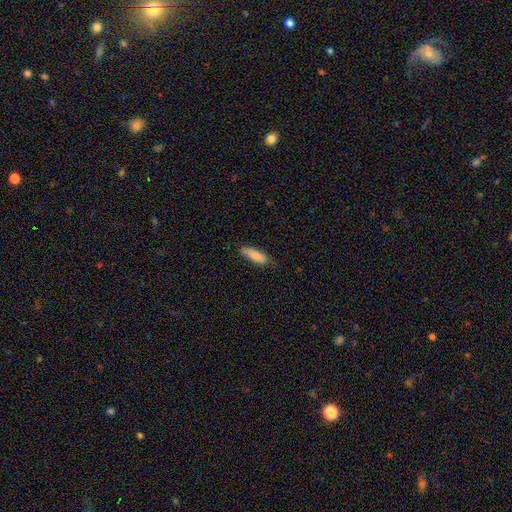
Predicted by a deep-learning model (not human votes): Q: Smooth or featured?
A: smooth (86%); runner-up: featured or disk (8%)
Q: How rounded?
A: cigar-shaped (58%); runner-up: in between (41%)
Q: Merging?
A: none (78%); runner-up: minor disturbance (18%)